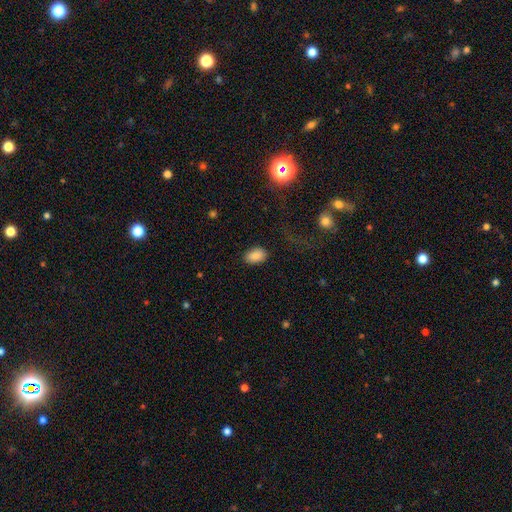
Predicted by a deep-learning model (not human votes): smooth 87%, star or artifact 8%, featured or disk 5%. Down the decision tree: how rounded — in between (90%); merging — none (86%).